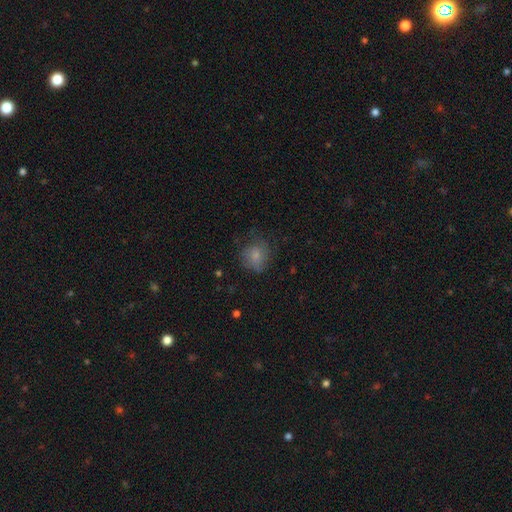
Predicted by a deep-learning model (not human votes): Smooth or featured? Predicted: smooth (p=0.77). How rounded? Predicted: round (p=0.73). Merging? Predicted: none (p=0.62).